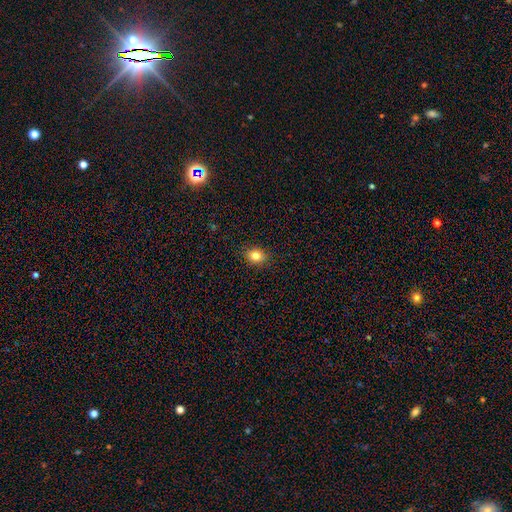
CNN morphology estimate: Smooth or featured? smooth (83%)
How rounded? in between (52%)
Merging? none (90%)